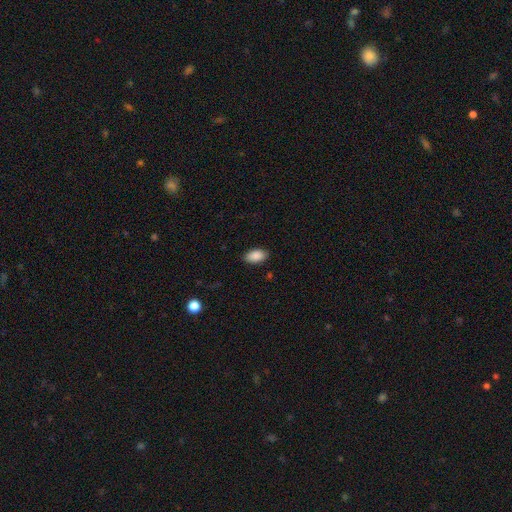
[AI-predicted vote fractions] Smooth or featured: smooth — 90% (star or artifact — 7%)
How rounded: in between — 94% (round — 4%)
Merging: none — 88% (minor disturbance — 9%)